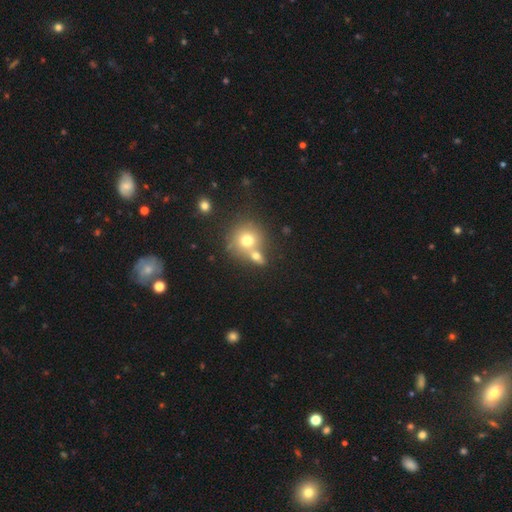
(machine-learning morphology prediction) smooth-or-featured: smooth: 70% | featured or disk: 17% | star or artifact: 13%
  how-rounded: round: 68% | in between: 30% | cigar-shaped: 3%
  merging: merger: 50% | none: 36% | minor disturbance: 9% | major disturbance: 5%